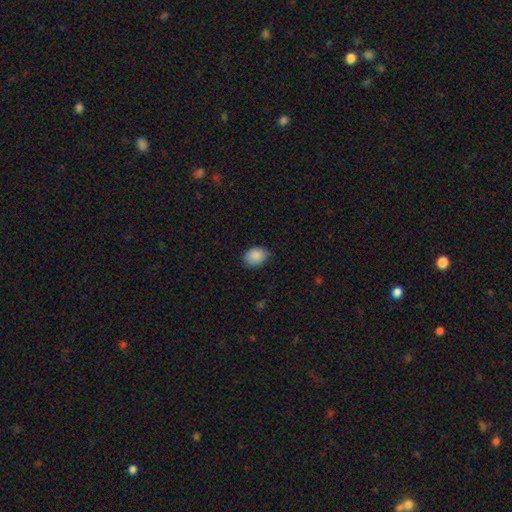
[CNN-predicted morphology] Smooth or featured? Predicted: smooth (p=0.88). How rounded? Predicted: in between (p=0.68). Merging? Predicted: none (p=0.75).